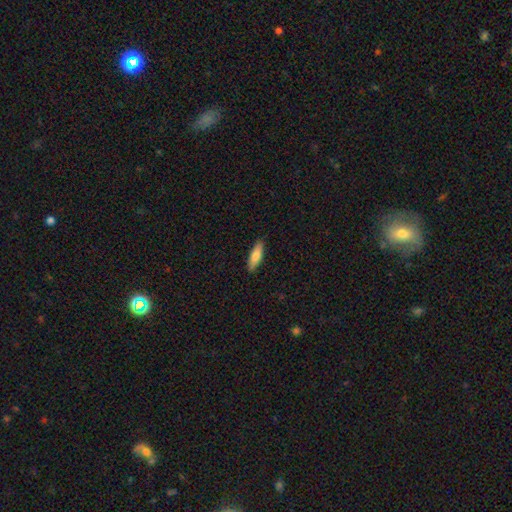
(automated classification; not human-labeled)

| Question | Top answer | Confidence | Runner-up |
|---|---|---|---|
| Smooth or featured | smooth | 77% | featured or disk (17%) |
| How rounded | cigar-shaped | 56% | in between (43%) |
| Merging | none | 88% | minor disturbance (9%) |